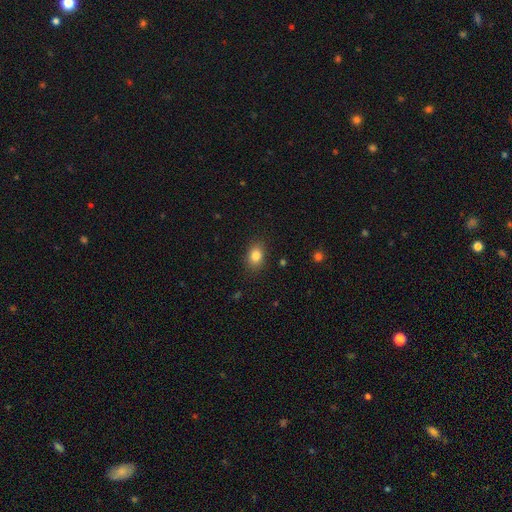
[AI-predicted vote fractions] Overall: smooth (83%). How rounded: in between (70%). Merging: none (87%).